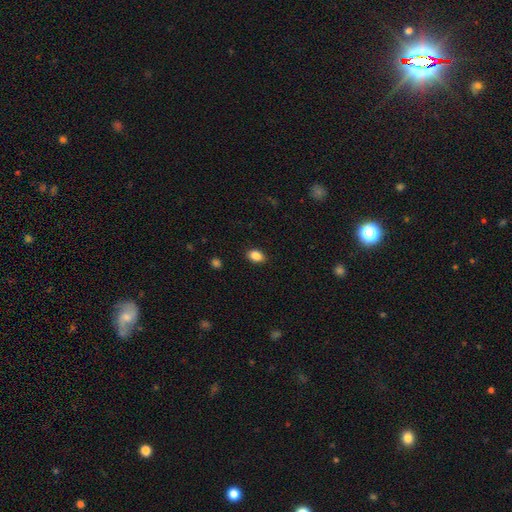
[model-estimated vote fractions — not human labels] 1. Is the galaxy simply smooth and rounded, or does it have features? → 87% smooth, 9% star or artifact, 4% featured or disk.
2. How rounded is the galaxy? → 83% in between, 16% round, 1% cigar-shaped.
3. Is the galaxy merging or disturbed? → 87% none, 10% minor disturbance, 2% major disturbance, 1% merger.